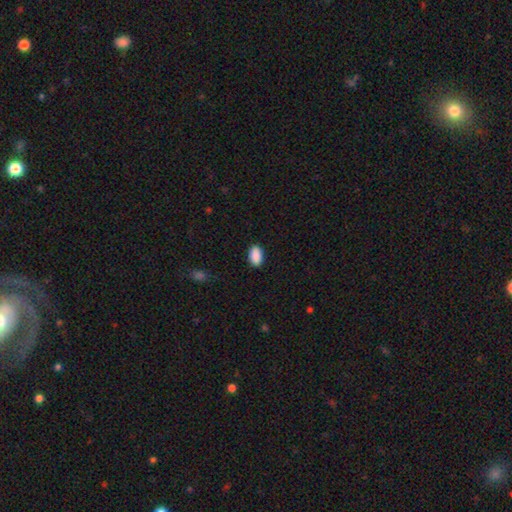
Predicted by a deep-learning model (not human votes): This is clearly a smooth galaxy (90%). How rounded: clearly in between (93%). Merging: clearly none (88%).